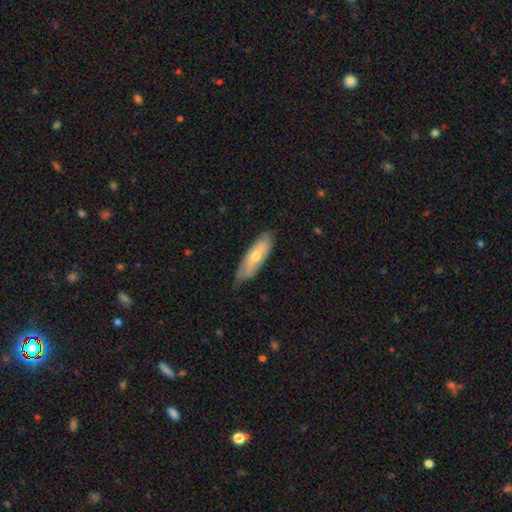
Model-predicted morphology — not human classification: type=smooth (50%); roundness=in between (52%); merging=none (70%).